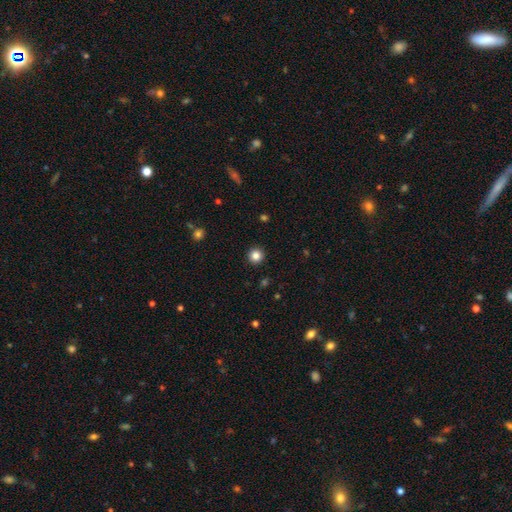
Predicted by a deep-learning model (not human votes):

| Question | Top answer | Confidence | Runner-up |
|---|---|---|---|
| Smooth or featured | smooth | 84% | star or artifact (11%) |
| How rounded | round | 95% | in between (4%) |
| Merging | none | 93% | minor disturbance (4%) |